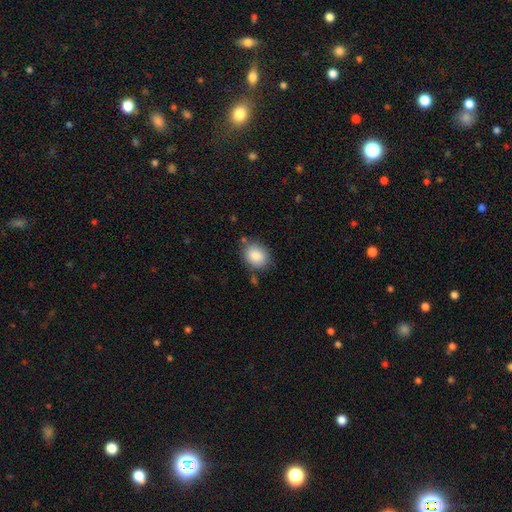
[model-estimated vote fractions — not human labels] A smooth galaxy with no disk features (86%) that is in between round and cigar-shaped (59%). Merging: none (77%).